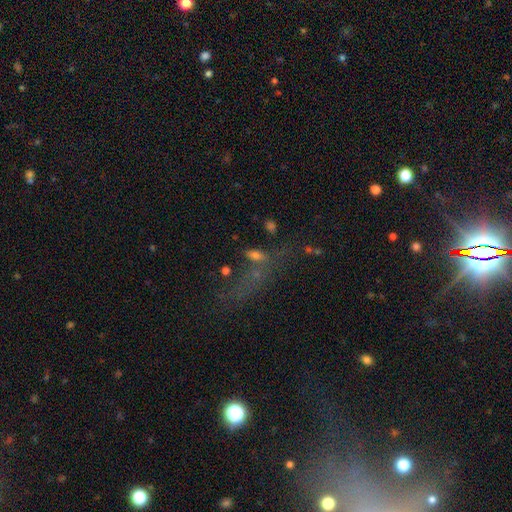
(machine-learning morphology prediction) Smooth or featured? Predicted: smooth (p=0.50). Merging? Predicted: none (p=0.37).